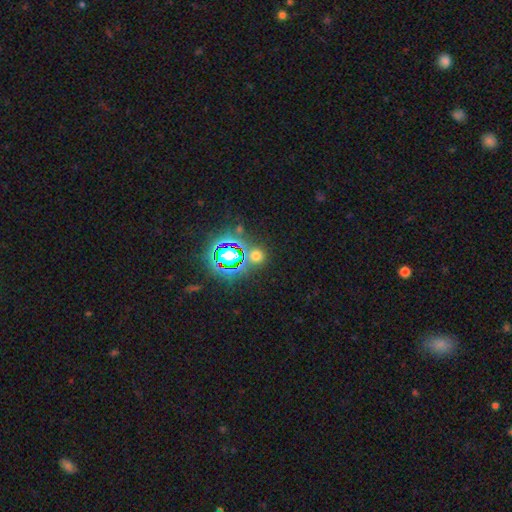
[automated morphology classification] smooth_or_featured: smooth (p=0.49) [alt: star or artifact p=0.43]
merging: none (p=0.77) [alt: merger p=0.11]